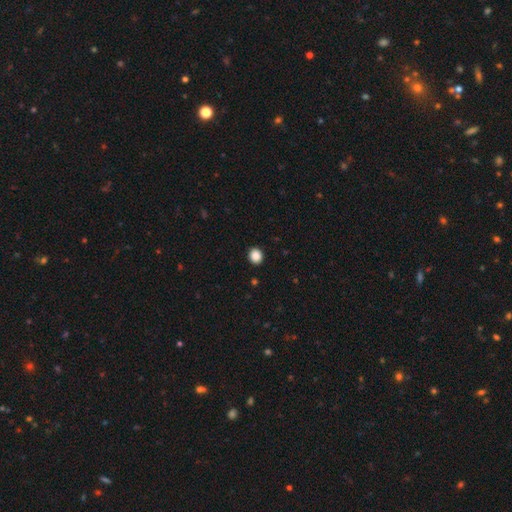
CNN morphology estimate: This appears to be a smooth galaxy with no disk features (88%) that is round (75%). Merging: none (92%).